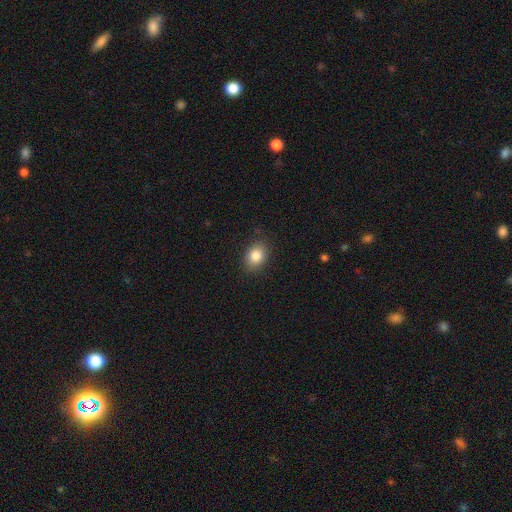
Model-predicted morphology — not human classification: This is clearly a smooth galaxy (83%). How rounded: likely in between (65%). Merging: clearly none (86%).